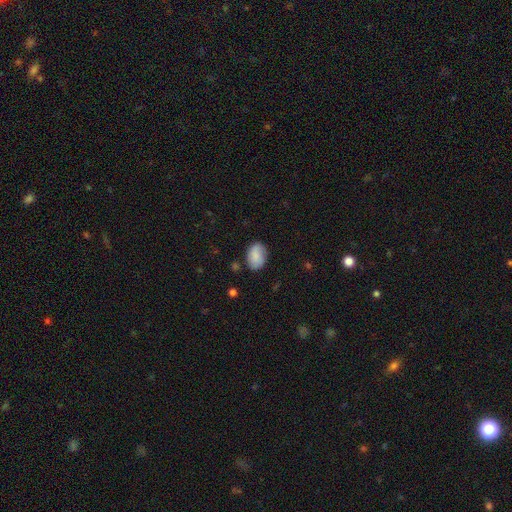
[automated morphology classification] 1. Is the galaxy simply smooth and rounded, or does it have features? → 80% smooth, 13% featured or disk, 7% star or artifact.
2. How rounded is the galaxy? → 83% in between, 16% round, 1% cigar-shaped.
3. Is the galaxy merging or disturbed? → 74% none, 19% minor disturbance, 4% major disturbance, 2% merger.